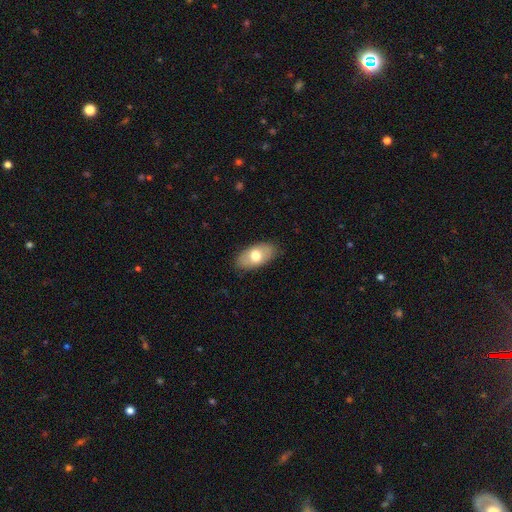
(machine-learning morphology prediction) Overall: smooth (69%). How rounded: in between (93%). Merging: none (85%).